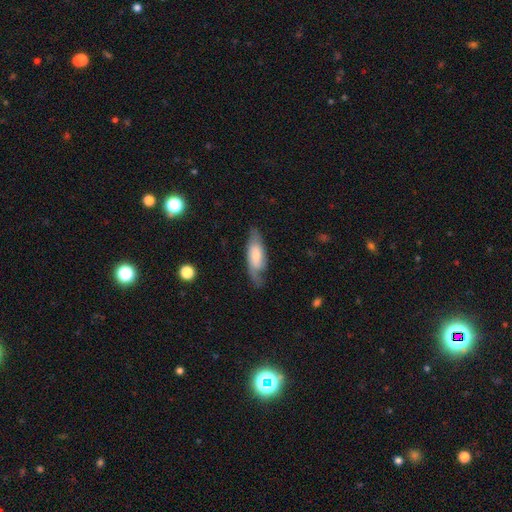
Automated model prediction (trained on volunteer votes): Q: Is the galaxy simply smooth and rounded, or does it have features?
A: smooth — 52%.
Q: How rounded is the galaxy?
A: in between — 70%.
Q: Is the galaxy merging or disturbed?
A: none — 61%.